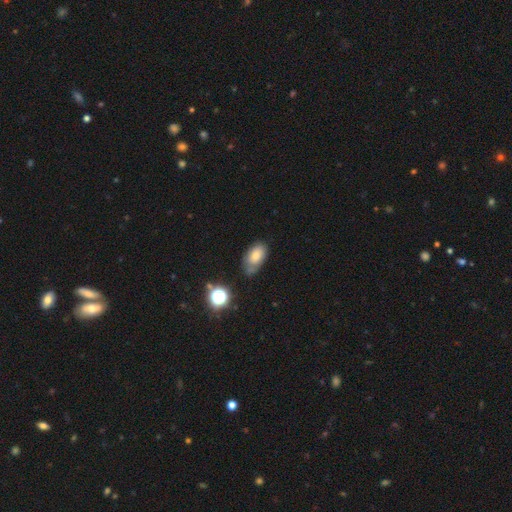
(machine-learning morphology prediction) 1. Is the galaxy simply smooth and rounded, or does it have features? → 76% smooth, 14% featured or disk, 11% star or artifact.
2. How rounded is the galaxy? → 91% in between, 7% round, 2% cigar-shaped.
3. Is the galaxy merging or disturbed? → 52% none, 33% minor disturbance, 9% major disturbance, 5% merger.